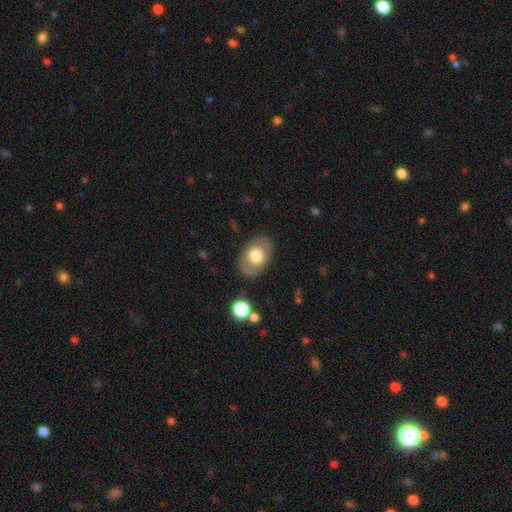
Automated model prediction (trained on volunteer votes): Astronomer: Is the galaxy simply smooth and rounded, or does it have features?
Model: smooth — 64%.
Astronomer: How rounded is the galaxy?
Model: in between — 84%.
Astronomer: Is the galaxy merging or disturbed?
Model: none — 83%.